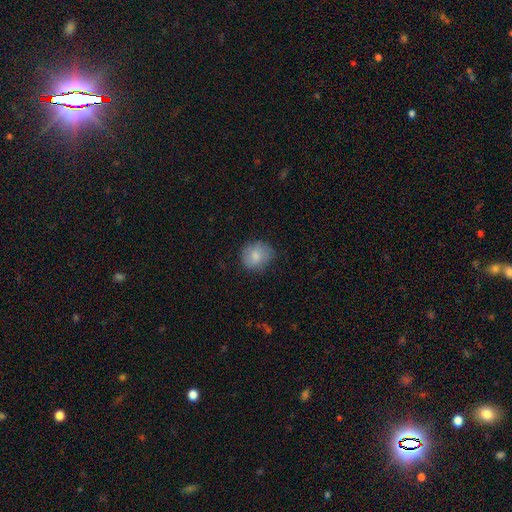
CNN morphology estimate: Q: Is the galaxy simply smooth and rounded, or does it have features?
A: smooth — 80%.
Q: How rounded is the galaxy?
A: round — 76%.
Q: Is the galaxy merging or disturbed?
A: none — 74%.